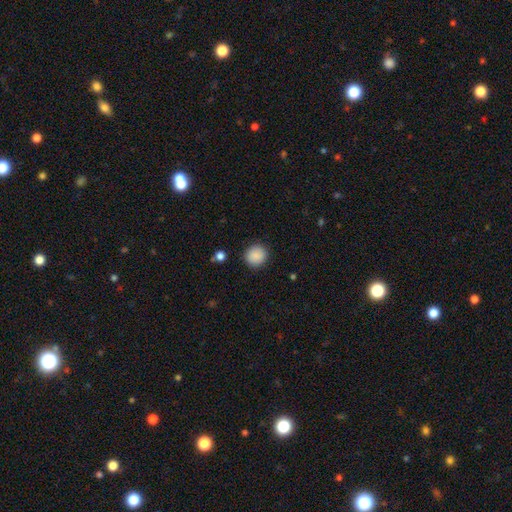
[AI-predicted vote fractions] Overall: smooth (89%). How rounded: round (88%). Merging: none (90%).